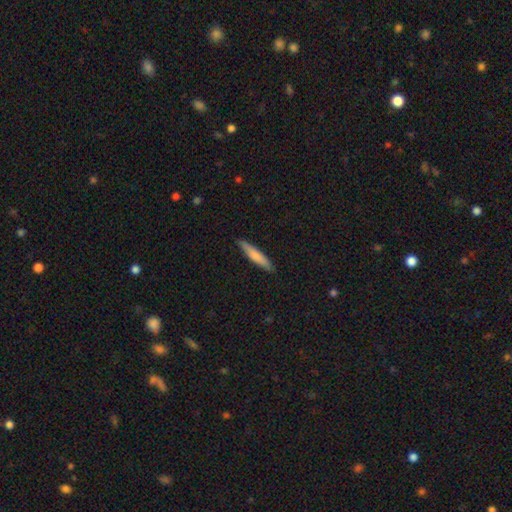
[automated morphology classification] Smooth or featured?
  - smooth: 74% *
  - featured or disk: 21%
  - star or artifact: 5%
How rounded?
  - cigar-shaped: 91% *
  - in between: 8%
  - round: 1%
Merging?
  - none: 88% *
  - minor disturbance: 10%
  - major disturbance: 2%
  - merger: 1%